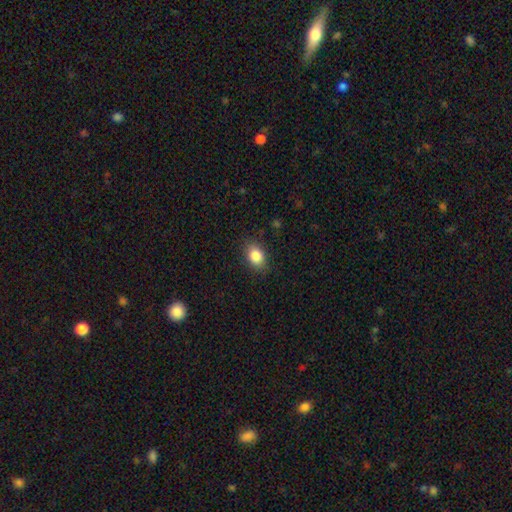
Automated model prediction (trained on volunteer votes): This is clearly a smooth galaxy (85%). How rounded: likely in between (74%). Merging: clearly none (85%).